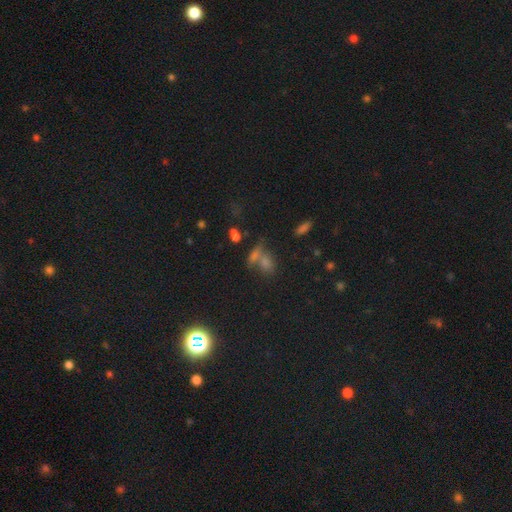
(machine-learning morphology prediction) A smooth galaxy with no disk features (49%).

Vote fractions:
- Smooth or featured? smooth: 49% / star or artifact: 38% / featured or disk: 13%
- Merging? none: 44% / merger: 39% / minor disturbance: 10% / major disturbance: 7%